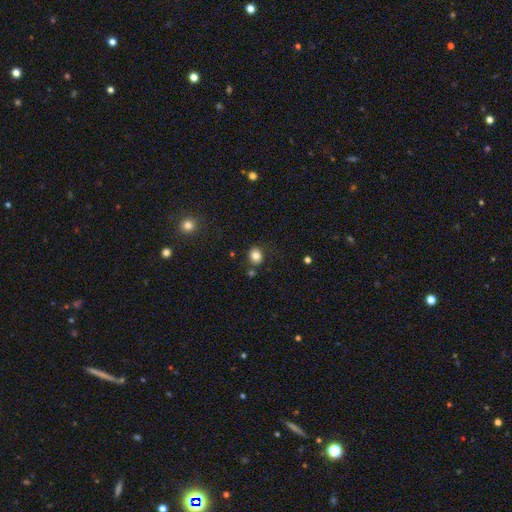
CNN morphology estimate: Smooth or featured: smooth — 82% (star or artifact — 11%)
How rounded: round — 68% (in between — 31%)
Merging: none — 82% (minor disturbance — 10%)